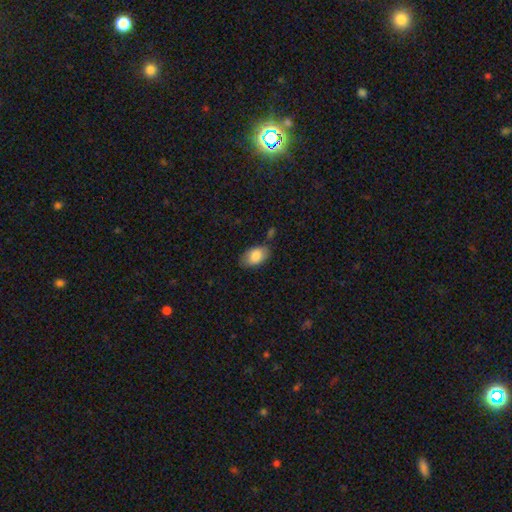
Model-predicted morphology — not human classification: The model was most divided on "merging": none: 71%, minor disturbance: 19%, merger: 6%, major disturbance: 4%. More confident: how rounded — in between (93%); smooth or featured — smooth (83%).